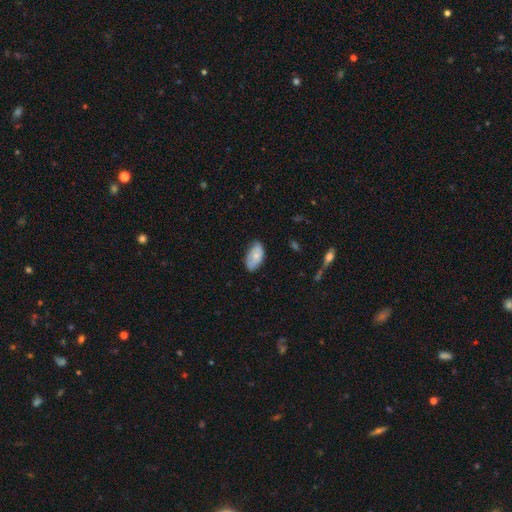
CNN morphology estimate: Q: Smooth or featured?
A: smooth (65%); runner-up: featured or disk (29%)
Q: How rounded?
A: in between (94%); runner-up: round (4%)
Q: Merging?
A: none (63%); runner-up: minor disturbance (30%)